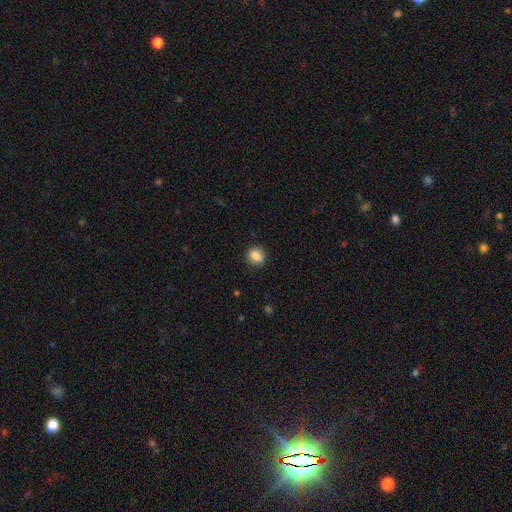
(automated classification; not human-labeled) smooth-or-featured: smooth: 85% | star or artifact: 9% | featured or disk: 6%
  how-rounded: round: 78% | in between: 21% | cigar-shaped: 1%
  merging: none: 87% | minor disturbance: 10% | major disturbance: 2% | merger: 1%